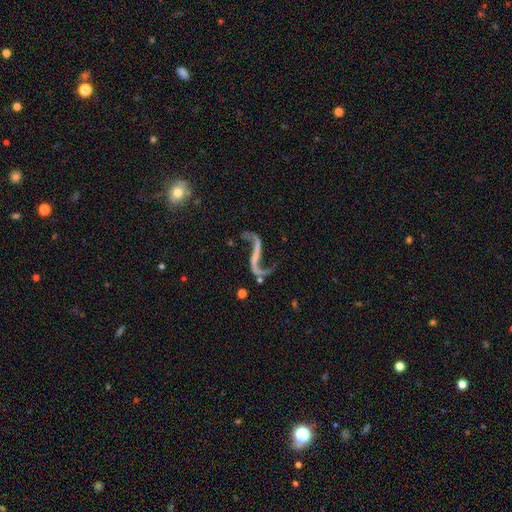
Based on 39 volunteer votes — Smooth or featured? featured or disk (85%)
Edge-on disk? no (100%)
Bar? no (45%)
Spiral arms? yes (94%)
Spiral winding? loose (97%)
Spiral arm count? 2 (94%)
Bulge size? none (70%)
Merging? none (67%)